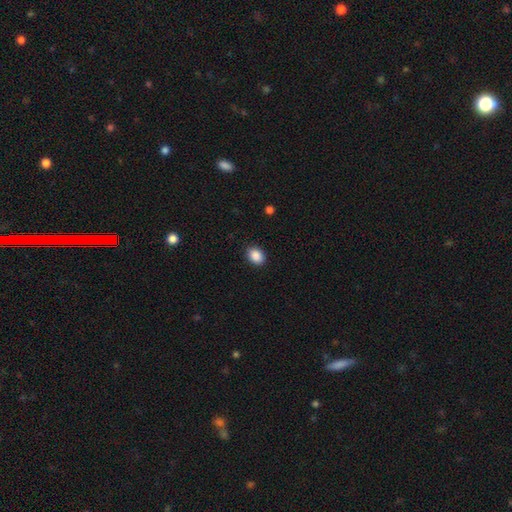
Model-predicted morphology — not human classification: Smooth or featured? smooth (89%)
How rounded? in between (64%)
Merging? none (90%)